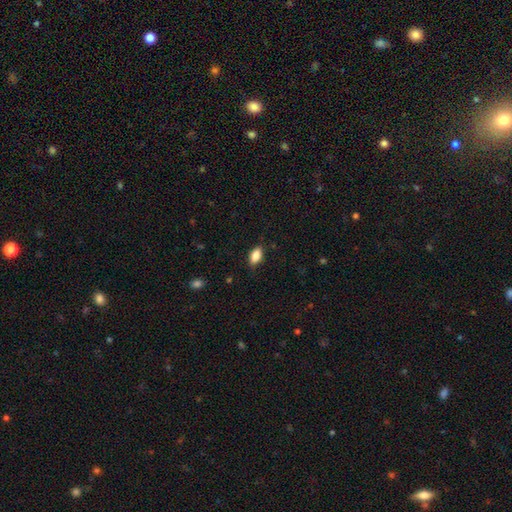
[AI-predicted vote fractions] Morphology: type=smooth (84%); roundness=in between (90%); merging=none (83%).